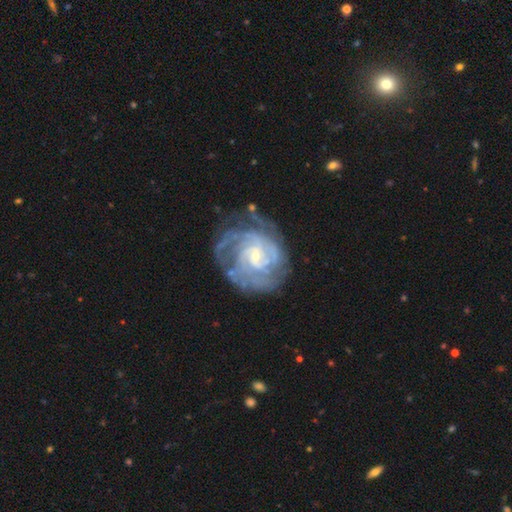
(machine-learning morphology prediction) Smooth or featured?
  - featured or disk: 89% *
  - star or artifact: 6%
  - smooth: 5%
Edge-on disk?
  - no: 98% *
  - yes: 2%
Bar?
  - weak: 45% *
  - no: 43%
  - strong: 12%
Spiral arms?
  - yes: 97% *
  - no: 3%
Spiral winding?
  - tight: 68% *
  - medium: 27%
  - loose: 5%
Spiral arm count?
  - can't tell: 27% *
  - 3: 21%
  - 4: 20%
  - 2: 18%
  - more than 4: 8%
  - 1: 6%
Bulge size?
  - small: 73% *
  - moderate: 23%
  - none: 2%
  - large: 1%
  - dominant: 1%
Merging?
  - none: 66% *
  - minor disturbance: 20%
  - major disturbance: 12%
  - merger: 2%